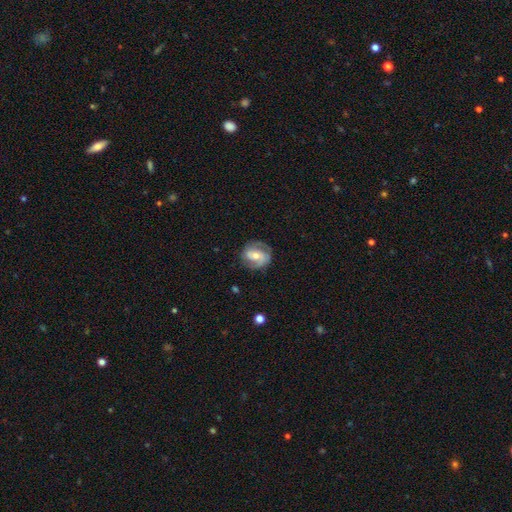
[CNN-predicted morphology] smooth-or-featured: featured or disk: 70% | smooth: 24% | star or artifact: 7%
  disk-edge-on: no: 97% | yes: 3%
    bar: no: 40% | weak: 37% | strong: 23%
    has-spiral-arms: yes: 87% | no: 13%
      spiral-winding: medium: 43% | tight: 40% | loose: 17%
      spiral-arm-count: 2: 79% | can't tell: 10% | 1: 4% | 3: 4% | 4: 1% | more than 4: 1%
    bulge-size: moderate: 55% | small: 39% | large: 4% | none: 2% | dominant: 1%
  merging: none: 75% | minor disturbance: 16% | major disturbance: 8% | merger: 1%